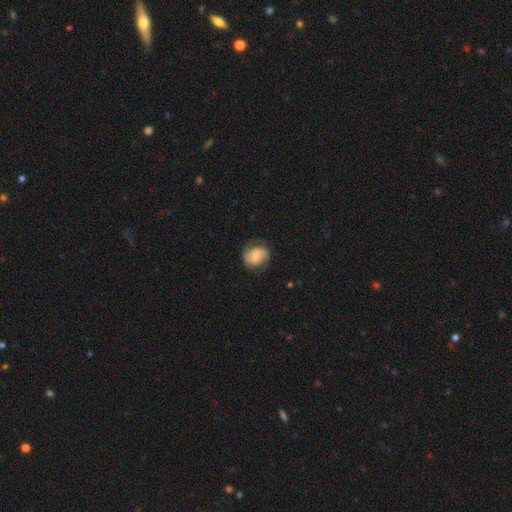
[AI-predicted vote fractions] Smooth or featured? featured or disk (61%)
Edge-on disk? no (98%)
Bar? no (56%)
Spiral arms? yes (90%)
Spiral winding? medium (43%)
Spiral arm count? 2 (82%)
Bulge size? small (47%)
Merging? none (73%)